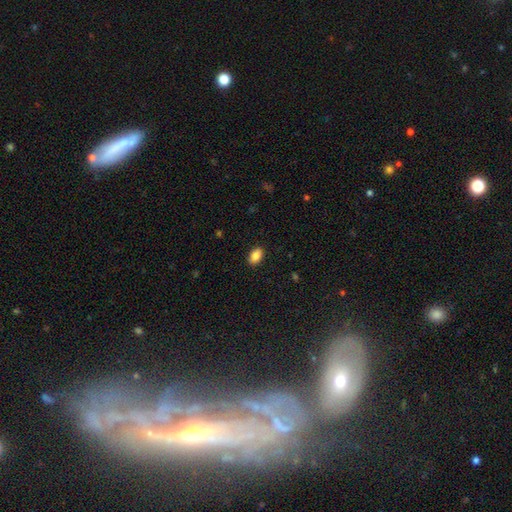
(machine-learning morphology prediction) Smooth or featured: smooth — 88% (star or artifact — 8%)
How rounded: in between — 90% (round — 8%)
Merging: none — 89% (minor disturbance — 8%)